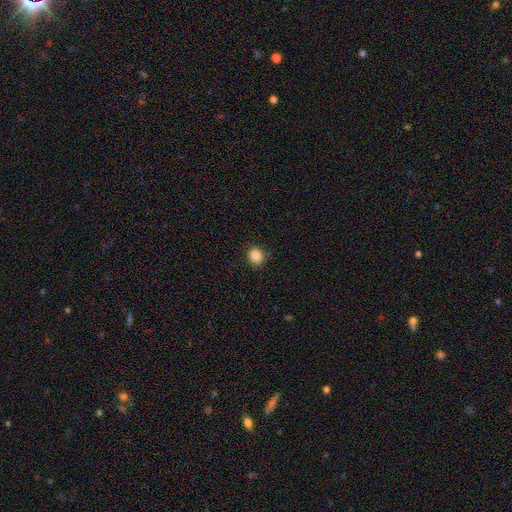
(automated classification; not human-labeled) This appears to be a smooth galaxy with no disk features (88%) that is round (73%). Merging: none (87%).